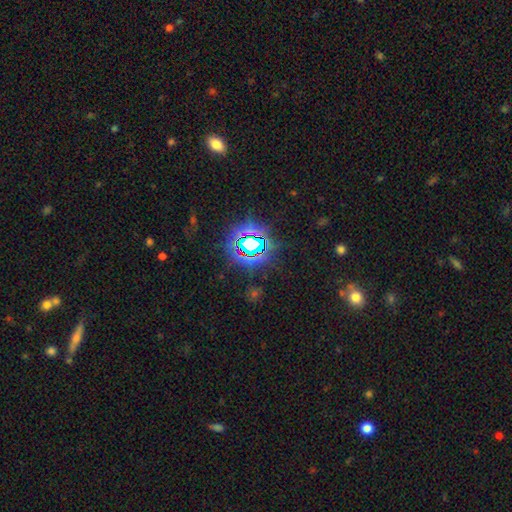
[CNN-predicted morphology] A star or artifact, not a galaxy (72%).